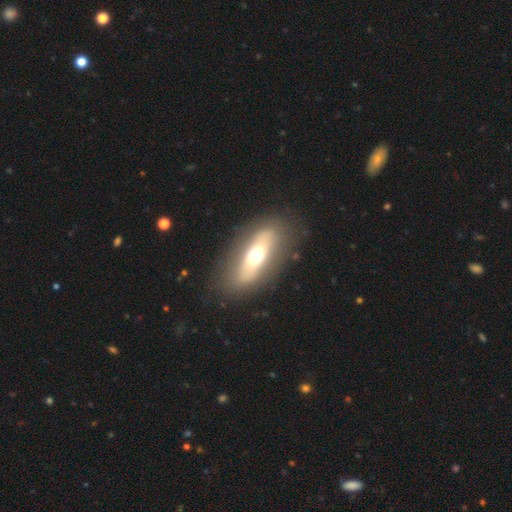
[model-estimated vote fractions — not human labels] Morphology: type=smooth (51%); roundness=in between (66%); merging=none (83%).